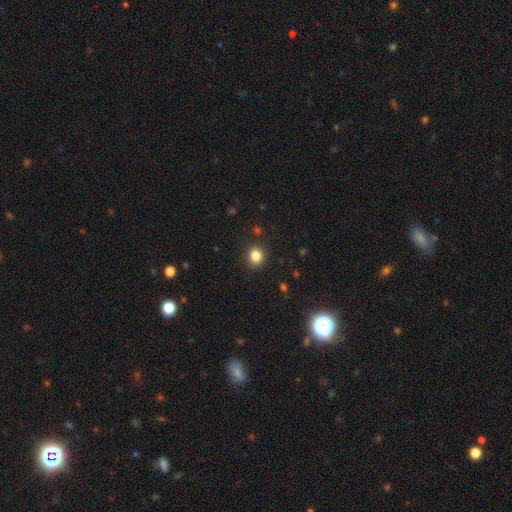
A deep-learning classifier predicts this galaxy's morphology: The model was most divided on "how rounded": round: 75%, in between: 24%, cigar-shaped: 1%. More confident: merging — none (89%); smooth or featured — smooth (84%).